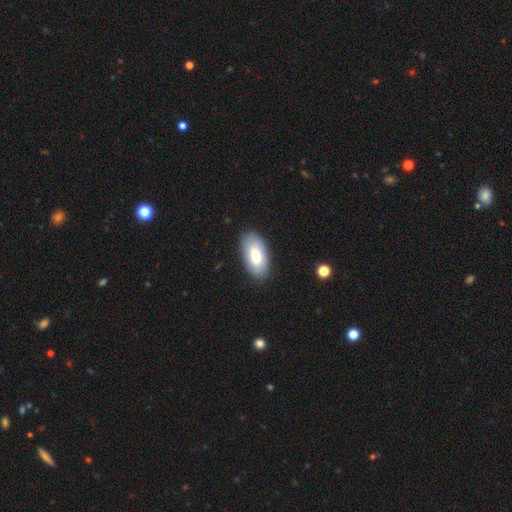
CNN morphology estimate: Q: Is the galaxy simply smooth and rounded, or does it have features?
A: smooth — 79%.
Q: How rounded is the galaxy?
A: in between — 94%.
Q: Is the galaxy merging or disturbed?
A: none — 86%.